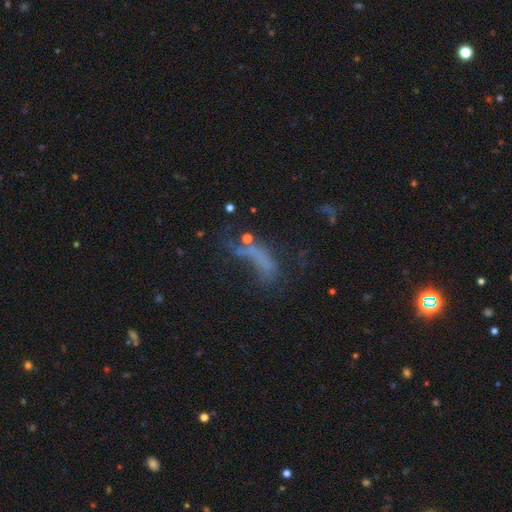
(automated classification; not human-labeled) This is marginally a smooth galaxy (38%). Merging: marginally major disturbance (39%).